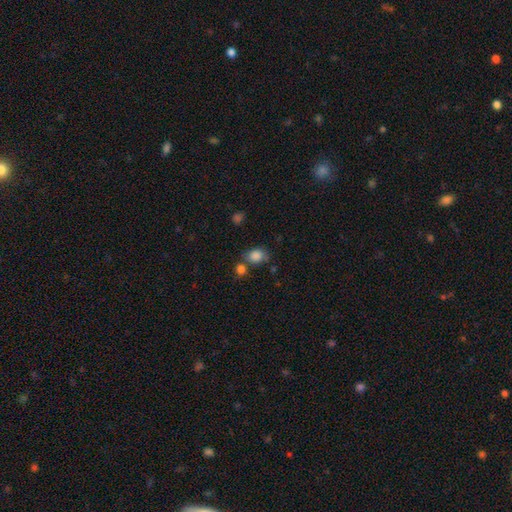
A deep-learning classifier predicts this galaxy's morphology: A smooth galaxy with no disk features (84%) that is round (50%).

Vote fractions:
- Smooth or featured? smooth: 84% / star or artifact: 10% / featured or disk: 6%
- How rounded? round: 50% / in between: 49% / cigar-shaped: 1%
- Merging? none: 56% / merger: 21% / minor disturbance: 17% / major disturbance: 6%